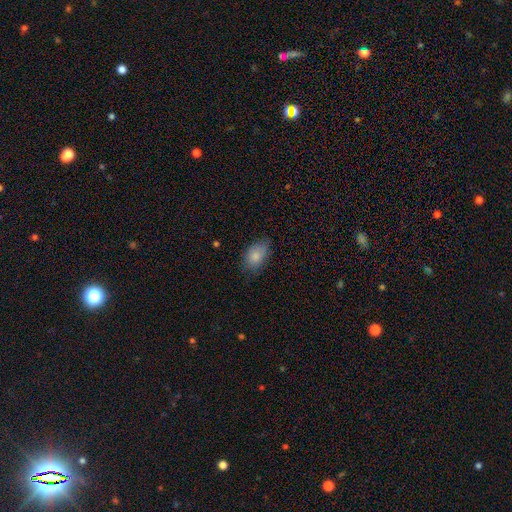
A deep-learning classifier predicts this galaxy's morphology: Smooth or featured? smooth (85%)
How rounded? in between (88%)
Merging? none (71%)